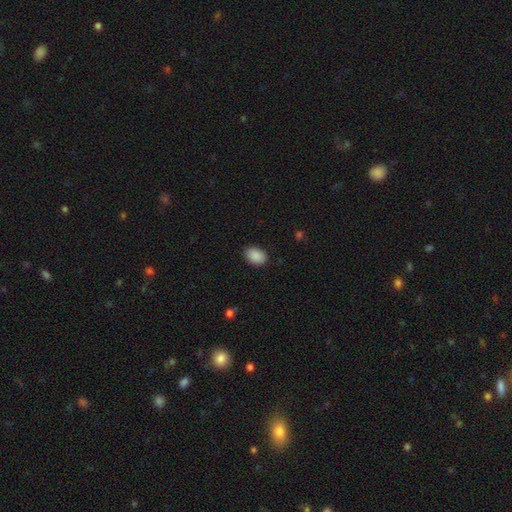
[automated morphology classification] Smooth or featured?
  - smooth: 90% *
  - star or artifact: 7%
  - featured or disk: 3%
How rounded?
  - in between: 84% *
  - round: 15%
  - cigar-shaped: 1%
Merging?
  - none: 89% *
  - minor disturbance: 8%
  - major disturbance: 2%
  - merger: 1%